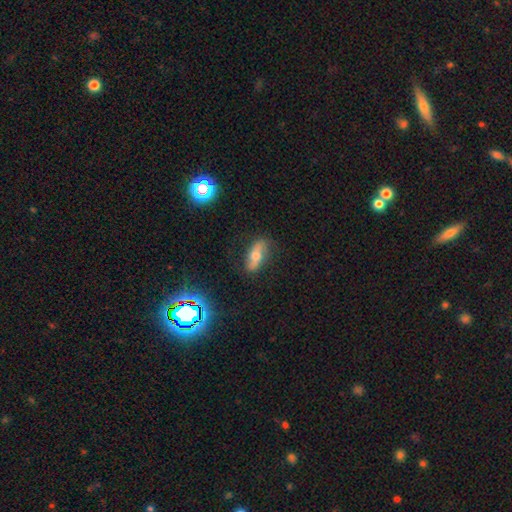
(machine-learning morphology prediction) Smooth or featured?
  - featured or disk: 51% *
  - smooth: 38%
  - star or artifact: 11%
Edge-on disk?
  - no: 68% *
  - yes: 32%
Merging?
  - none: 77% *
  - minor disturbance: 16%
  - major disturbance: 5%
  - merger: 2%